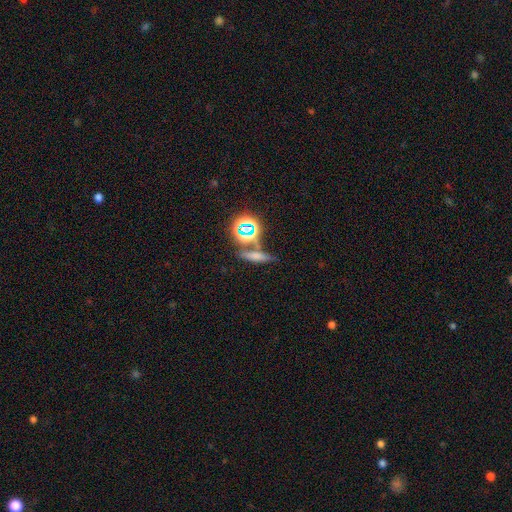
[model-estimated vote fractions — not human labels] Smooth or featured? Predicted: smooth (p=0.49). Merging? Predicted: none (p=0.61).